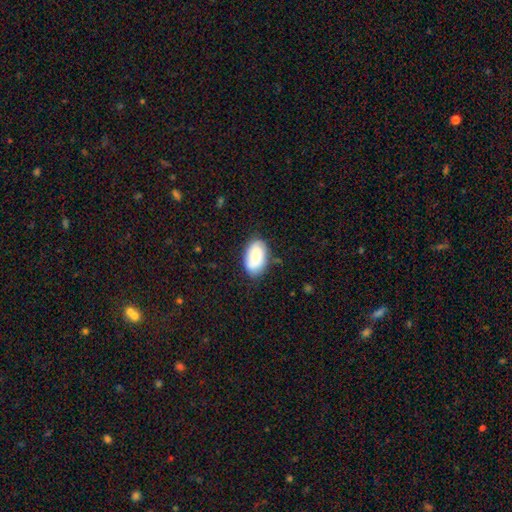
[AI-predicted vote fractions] A smooth galaxy with no disk features (72%) that is in between round and cigar-shaped (91%).

Vote fractions:
- Smooth or featured? smooth: 72% / featured or disk: 21% / star or artifact: 7%
- How rounded? in between: 91% / round: 8% / cigar-shaped: 1%
- Merging? none: 76% / minor disturbance: 18% / major disturbance: 4% / merger: 2%